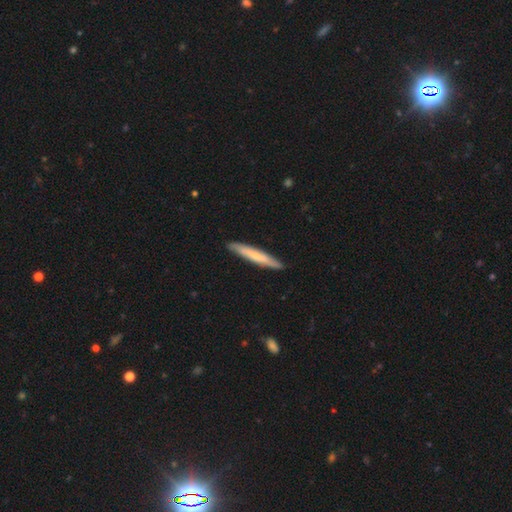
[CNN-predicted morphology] smooth 61%, featured or disk 34%, star or artifact 5%. Down the decision tree: how rounded — cigar-shaped (95%); merging — none (89%).